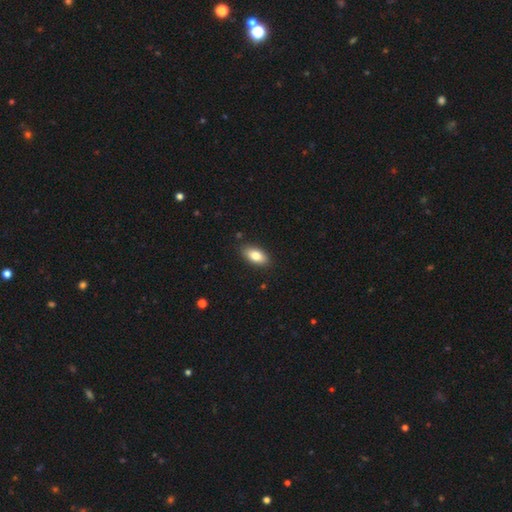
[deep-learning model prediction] Q: Smooth or featured?
A: smooth (80%); runner-up: featured or disk (13%)
Q: How rounded?
A: in between (89%); runner-up: cigar-shaped (7%)
Q: Merging?
A: none (87%); runner-up: minor disturbance (9%)